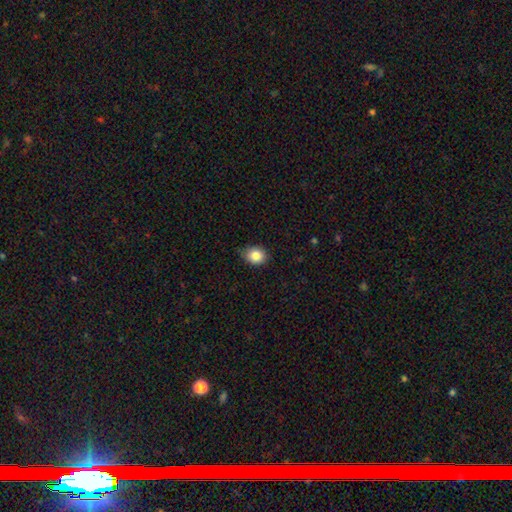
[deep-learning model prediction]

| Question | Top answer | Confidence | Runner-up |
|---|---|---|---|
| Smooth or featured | smooth | 85% | star or artifact (9%) |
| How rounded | round | 54% | in between (45%) |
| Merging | none | 79% | minor disturbance (17%) |